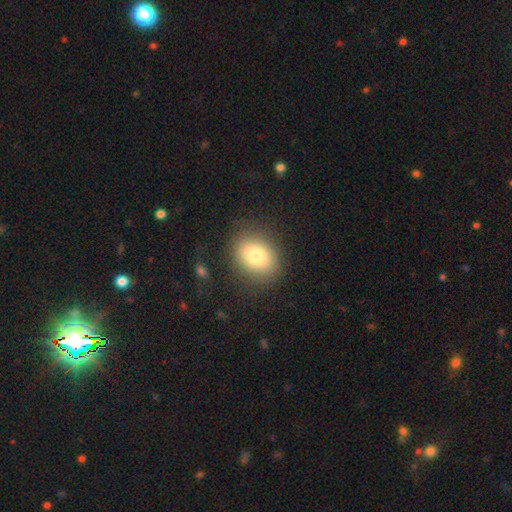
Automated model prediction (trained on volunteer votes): This appears to be a smooth galaxy with no disk features (79%) that is round (52%). Merging: none (82%).